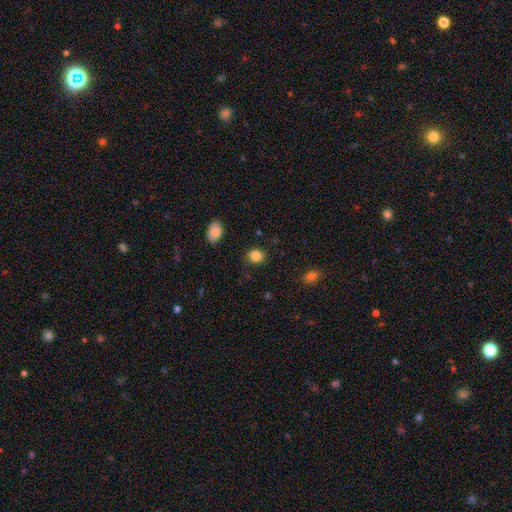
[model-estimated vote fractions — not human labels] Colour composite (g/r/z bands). It shows a smooth galaxy with no disk features (85%) that is round (72%). Merging: none (83%).